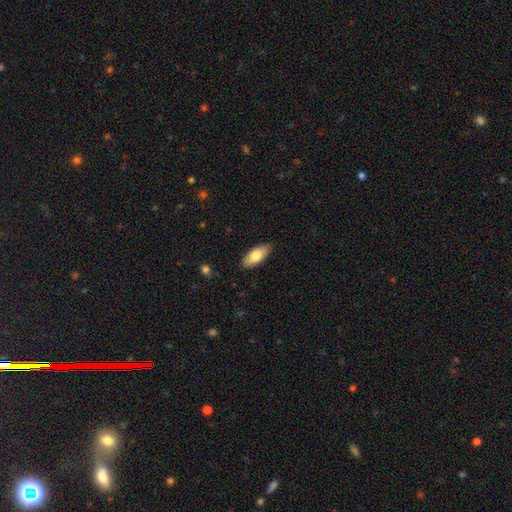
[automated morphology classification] type=smooth (79%); roundness=in between (85%); merging=none (88%).